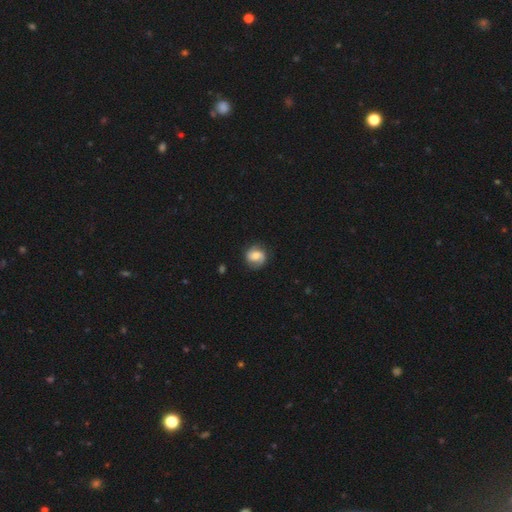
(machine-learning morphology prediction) A featured or disk galaxy (51%) with no bar (44%), spiral arms (89%) and a moderate central bulge (47%). Merging: none (76%).